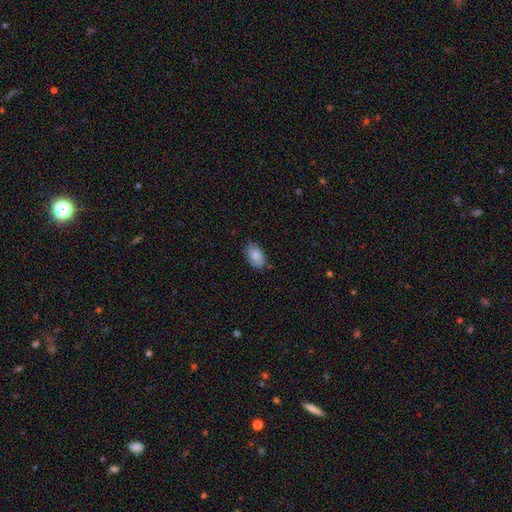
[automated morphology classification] This appears to be a smooth galaxy with no disk features (86%) that is in between round and cigar-shaped (91%). Merging: none (80%).